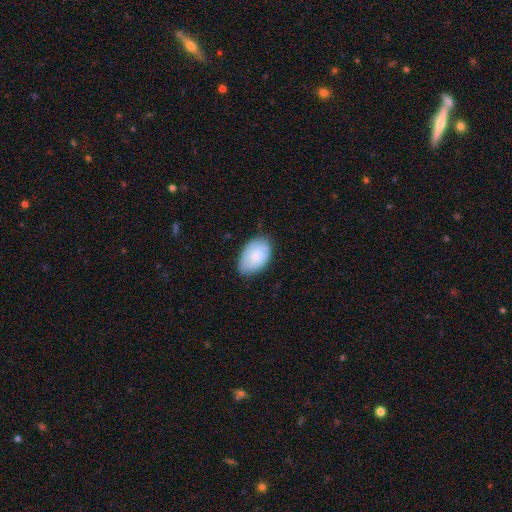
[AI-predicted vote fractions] Smooth or featured?
  - smooth: 75% *
  - featured or disk: 19%
  - star or artifact: 6%
How rounded?
  - in between: 92% *
  - round: 7%
  - cigar-shaped: 1%
Merging?
  - none: 71% *
  - minor disturbance: 24%
  - major disturbance: 4%
  - merger: 1%